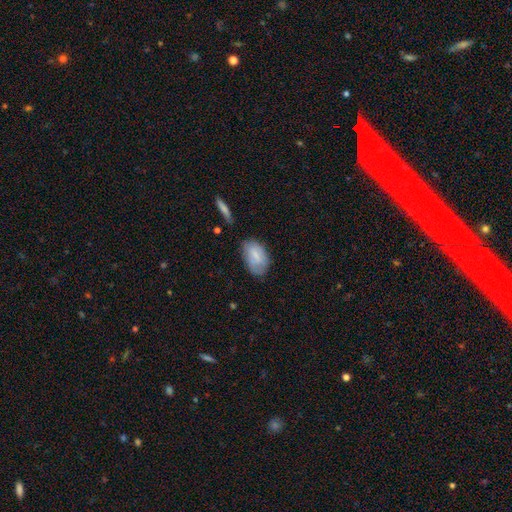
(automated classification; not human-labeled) smooth_or_featured: smooth (p=0.70) [alt: featured or disk p=0.23]
how_rounded: in between (p=0.91) [alt: round p=0.07]
merging: none (p=0.60) [alt: minor disturbance p=0.29]